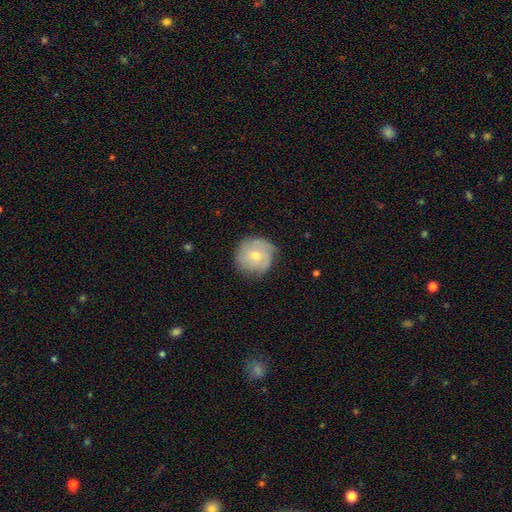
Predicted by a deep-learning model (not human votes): This appears to be a smooth galaxy with no disk features (53%) that is round (92%). Merging: none (67%).